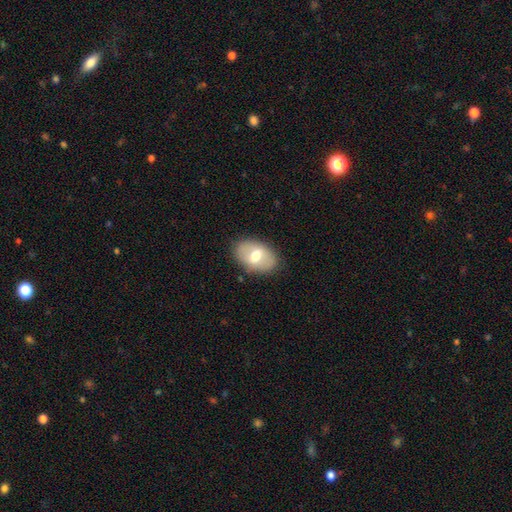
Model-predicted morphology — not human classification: A smooth galaxy with no disk features (61%) that is in between round and cigar-shaped (85%). Merging: none (83%).